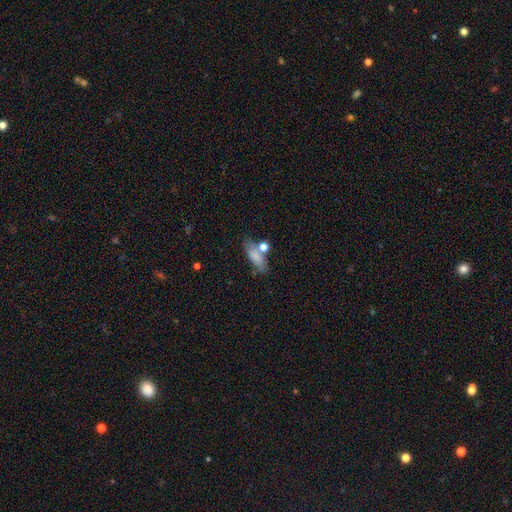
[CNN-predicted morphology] Q: Smooth or featured?
A: smooth (74%); runner-up: featured or disk (16%)
Q: How rounded?
A: in between (66%); runner-up: cigar-shaped (27%)
Q: Merging?
A: none (50%); runner-up: merger (20%)